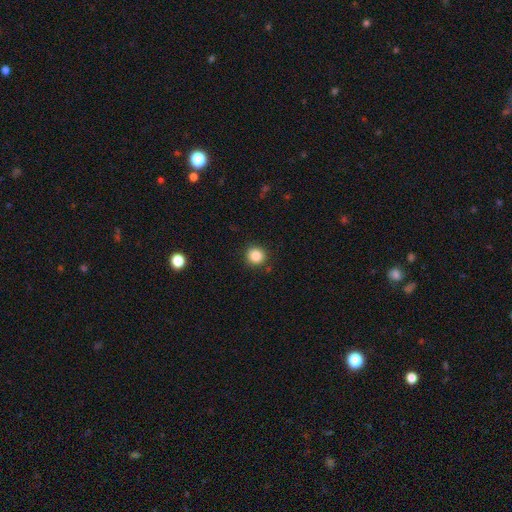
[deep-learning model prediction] smooth-or-featured: smooth: 86% | star or artifact: 10% | featured or disk: 4%
  how-rounded: round: 92% | in between: 7% | cigar-shaped: 1%
  merging: none: 89% | minor disturbance: 7% | major disturbance: 2% | merger: 1%